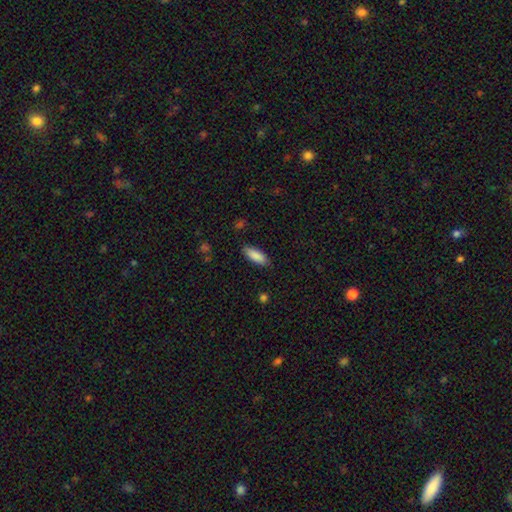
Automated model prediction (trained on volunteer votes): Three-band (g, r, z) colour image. It shows a smooth galaxy with no disk features (88%) that is in between round and cigar-shaped (70%). Merging: none (85%).